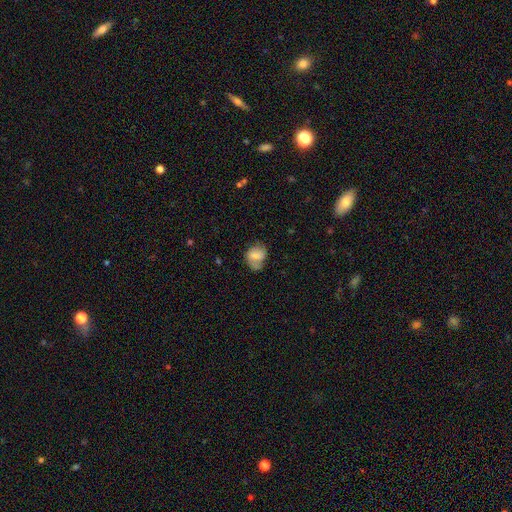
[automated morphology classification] A smooth galaxy with no disk features (57%) that is in between round and cigar-shaped (49%, tied with round). Merging: none (47%).